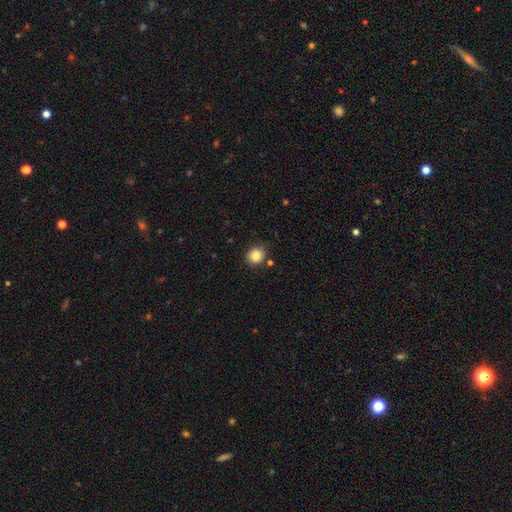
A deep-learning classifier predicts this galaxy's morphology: smooth 86%, star or artifact 10%, featured or disk 4%. Down the decision tree: how rounded — round (82%); merging — none (83%).